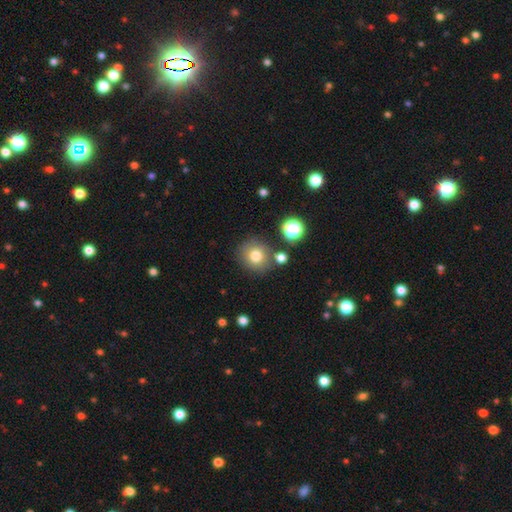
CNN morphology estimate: This is likely a smooth galaxy (78%). How rounded: clearly round (88%). Merging: likely none (78%).